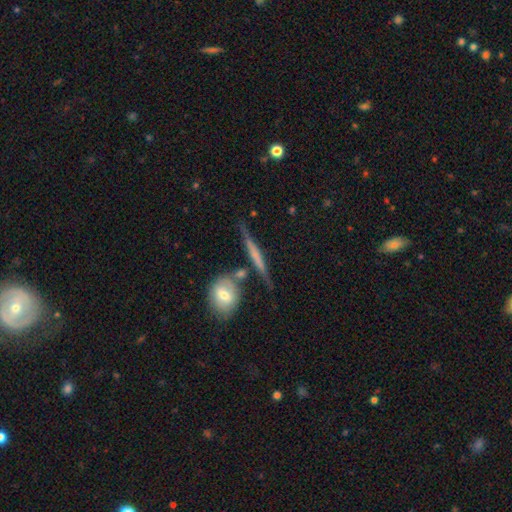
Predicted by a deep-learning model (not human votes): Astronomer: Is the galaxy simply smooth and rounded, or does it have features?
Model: featured or disk — 59% (runner-up: smooth, 34%).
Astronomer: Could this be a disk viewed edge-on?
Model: yes — 93%.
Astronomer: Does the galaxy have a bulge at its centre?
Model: none — 59%.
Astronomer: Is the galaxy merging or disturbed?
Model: none — 74%.